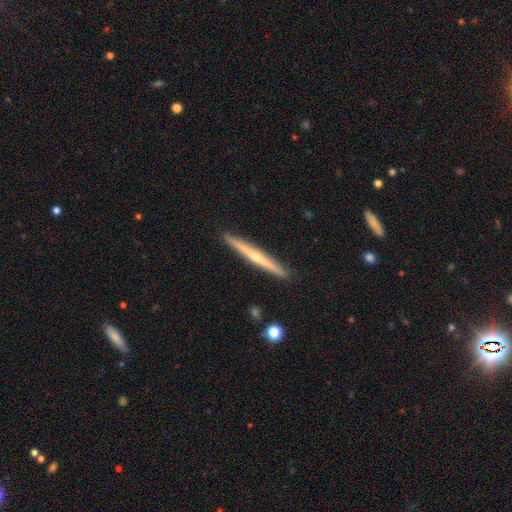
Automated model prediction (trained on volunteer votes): Overall: featured or disk (65%; smooth 28%). Edge-on disk: yes (97%). Edge-on bulge: rounded (74%). Merging: none (90%).